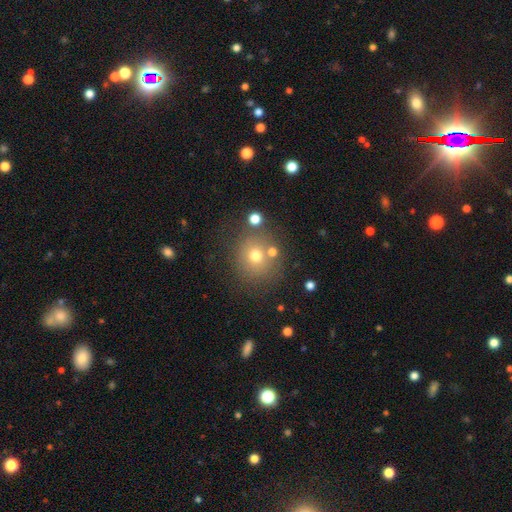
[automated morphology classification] A smooth galaxy with no disk features (68%) that is round (86%).

Vote fractions:
- Smooth or featured? smooth: 68% / star or artifact: 17% / featured or disk: 15%
- How rounded? round: 86% / in between: 13% / cigar-shaped: 1%
- Merging? none: 72% / minor disturbance: 12% / merger: 10% / major disturbance: 6%